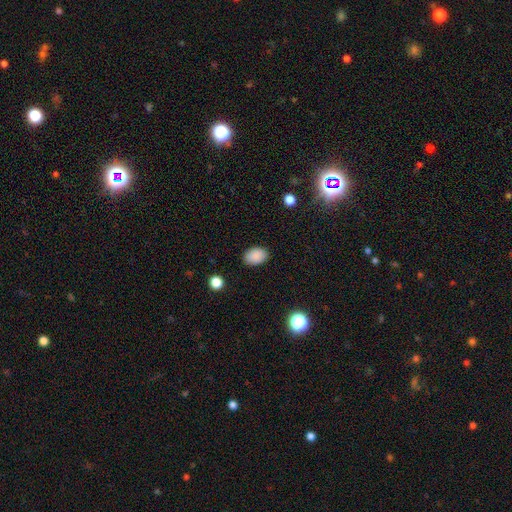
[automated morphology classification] Smooth or featured: smooth — 89% (star or artifact — 9%)
How rounded: in between — 84% (round — 15%)
Merging: none — 88% (minor disturbance — 9%)